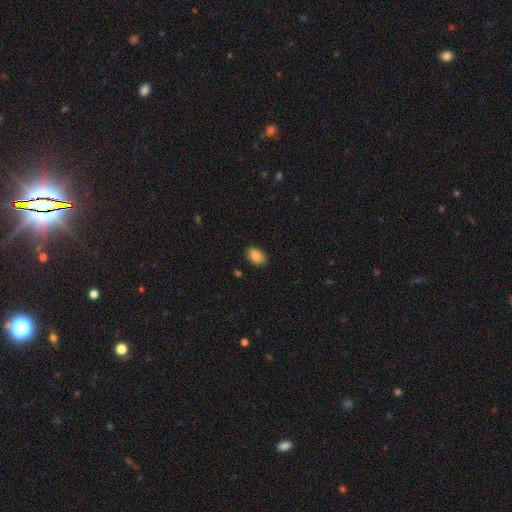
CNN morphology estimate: The model was most divided on "how rounded": in between: 86%, round: 12%, cigar-shaped: 1%. More confident: merging — none (87%); smooth or featured — smooth (86%).